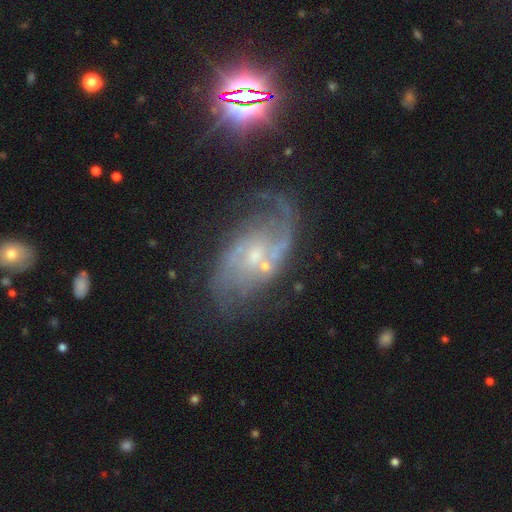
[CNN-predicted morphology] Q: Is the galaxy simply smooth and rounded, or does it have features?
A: featured or disk — 82%.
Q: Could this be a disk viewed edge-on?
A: no — 96%.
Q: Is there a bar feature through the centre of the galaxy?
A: no — 48%.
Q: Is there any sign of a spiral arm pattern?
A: yes — 92%.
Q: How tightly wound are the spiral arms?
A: medium — 44%.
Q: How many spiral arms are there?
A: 2 — 64%.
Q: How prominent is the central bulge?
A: small — 63%.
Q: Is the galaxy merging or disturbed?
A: none — 56%.